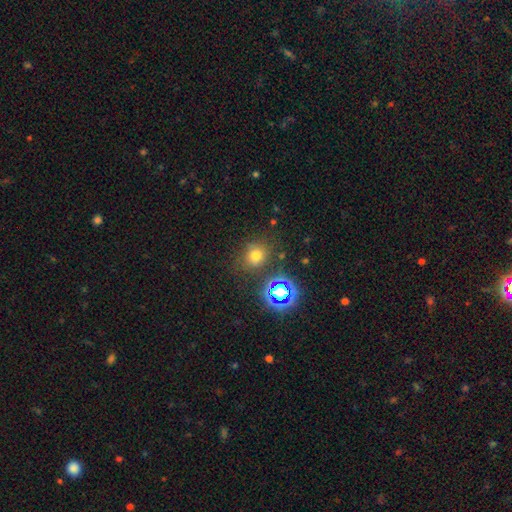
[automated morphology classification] Smooth or featured? Predicted: smooth (p=0.68). How rounded? Predicted: round (p=0.77). Merging? Predicted: none (p=0.79).